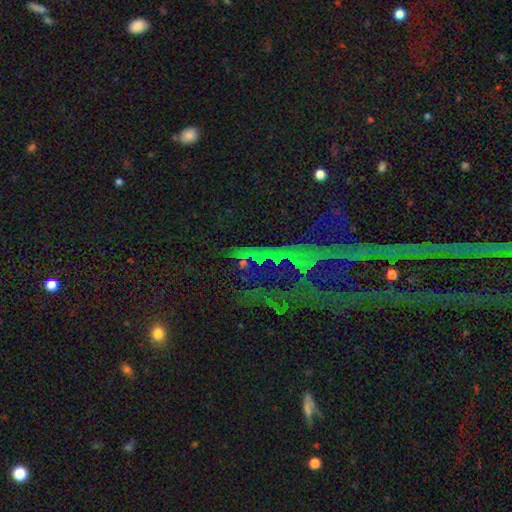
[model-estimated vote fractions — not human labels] Overall: star or artifact (72%).